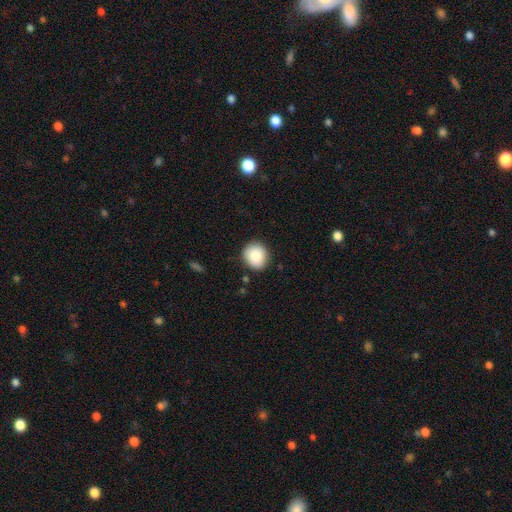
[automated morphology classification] Smooth or featured? Predicted: smooth (p=0.87). How rounded? Predicted: round (p=0.80). Merging? Predicted: none (p=0.86).